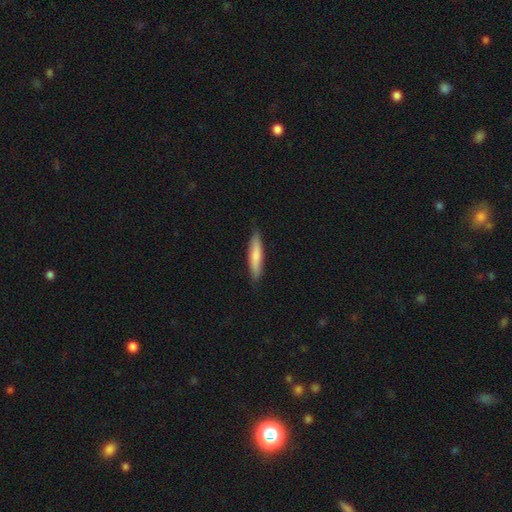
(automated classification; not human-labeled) A smooth galaxy with no disk features (77%) that is cigar-shaped (83%). Merging: none (86%).